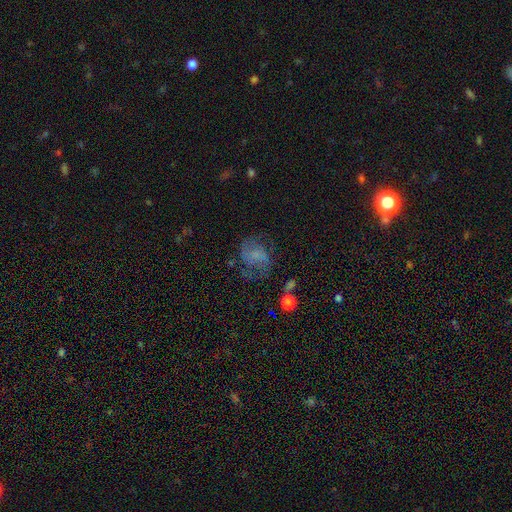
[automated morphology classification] Smooth or featured? featured or disk (49%)
Merging? none (52%)